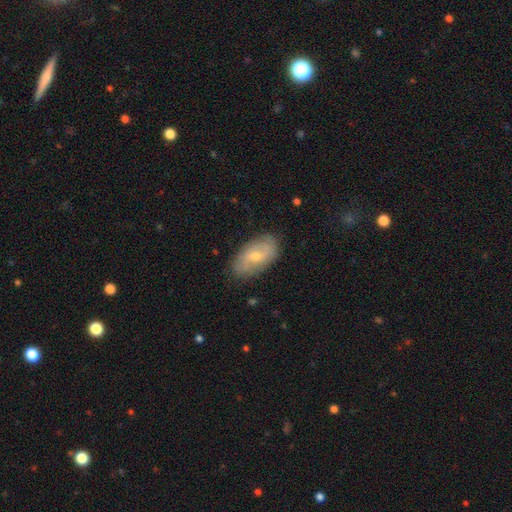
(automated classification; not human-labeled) This appears to be a featured or disk galaxy (56%) with no bar (51%), spiral arms (75%) and a small central bulge (53%). Merging: none (80%).